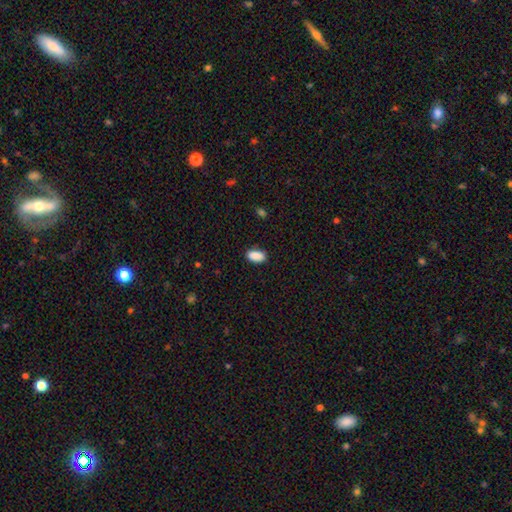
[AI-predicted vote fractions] Morphology: type=smooth (89%); roundness=in between (92%); merging=none (86%).